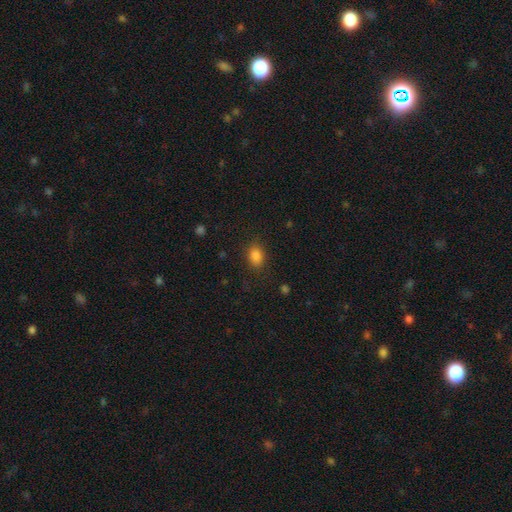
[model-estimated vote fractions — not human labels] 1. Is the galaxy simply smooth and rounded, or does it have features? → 85% smooth, 11% star or artifact, 5% featured or disk.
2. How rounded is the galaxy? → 77% in between, 21% round, 2% cigar-shaped.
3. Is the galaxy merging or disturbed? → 83% none, 12% minor disturbance, 4% major disturbance, 1% merger.